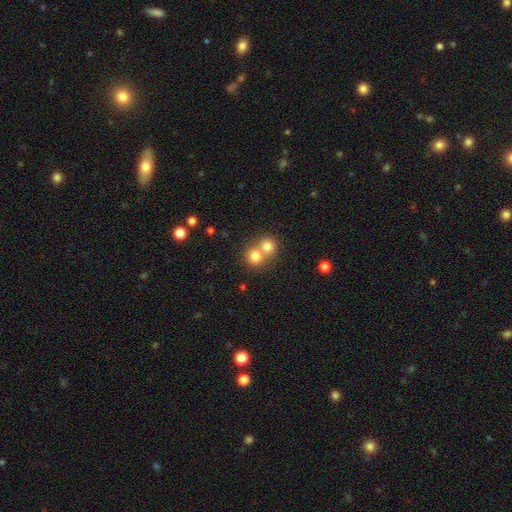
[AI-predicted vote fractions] Smooth or featured: smooth — 77% (star or artifact — 12%)
How rounded: round — 86% (in between — 13%)
Merging: merger — 56% (none — 37%)